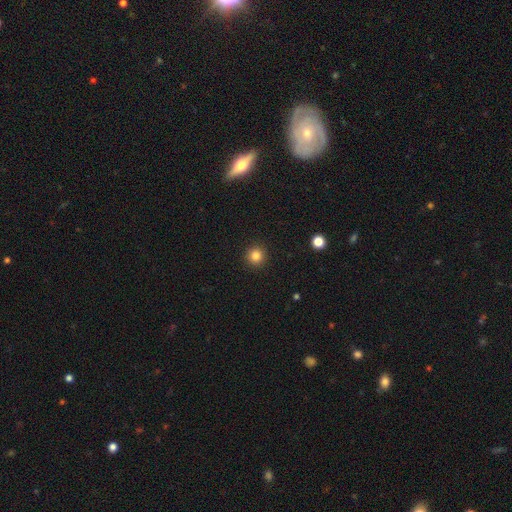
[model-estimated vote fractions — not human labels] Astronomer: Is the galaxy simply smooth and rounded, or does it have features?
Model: smooth — 84%.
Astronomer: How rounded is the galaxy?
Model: round — 95%.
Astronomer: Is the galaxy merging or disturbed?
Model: none — 92%.